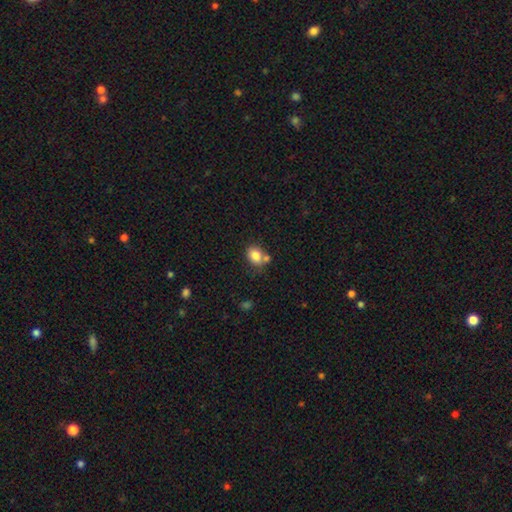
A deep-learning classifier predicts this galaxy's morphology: The model was most divided on "how rounded": in between: 53%, round: 46%, cigar-shaped: 1%. More confident: smooth or featured — smooth (82%); merging — none (53%).